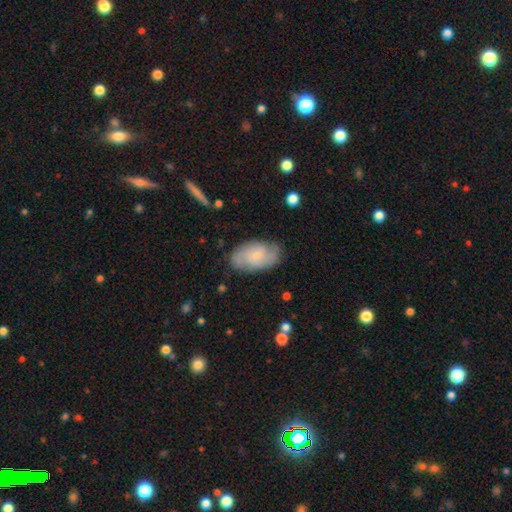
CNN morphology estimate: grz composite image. It shows a featured or disk galaxy (59%) with no bar (70%), spiral arms (87%) and a small central bulge (73%). Merging: none (76%).